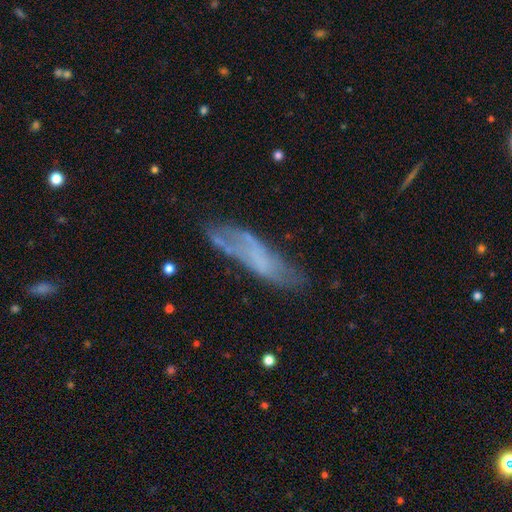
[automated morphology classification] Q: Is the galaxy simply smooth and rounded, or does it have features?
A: featured or disk — 46%.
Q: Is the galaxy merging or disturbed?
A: none — 53%.